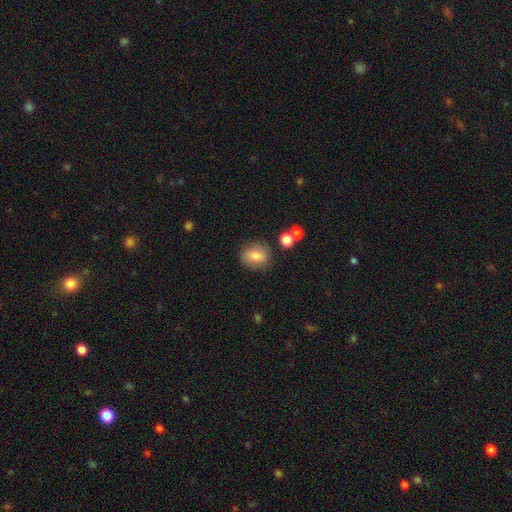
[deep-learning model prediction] Smooth or featured? smooth (75%)
How rounded? round (55%)
Merging? none (78%)